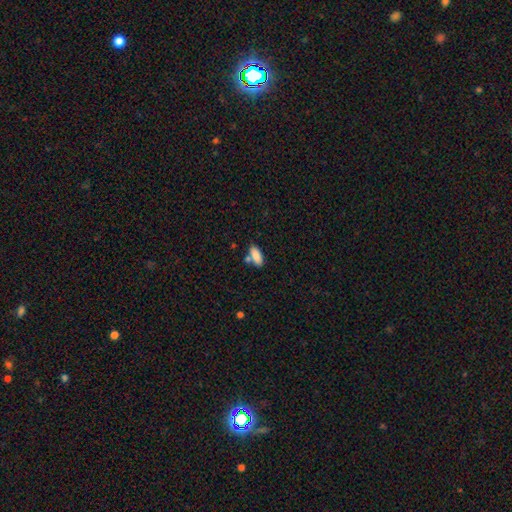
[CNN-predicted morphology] Smooth or featured: smooth — 86% (star or artifact — 7%)
How rounded: in between — 80% (cigar-shaped — 18%)
Merging: none — 63% (merger — 20%)